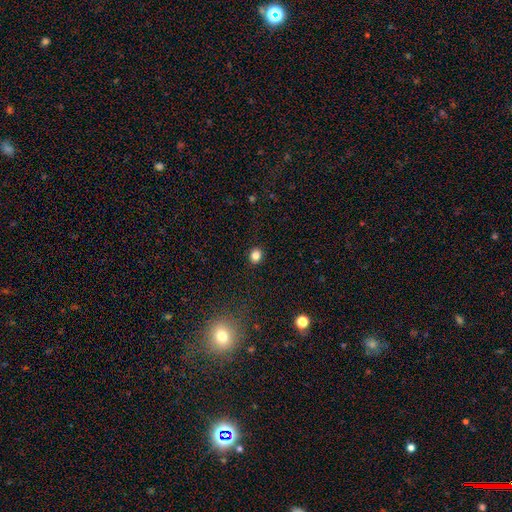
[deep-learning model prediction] This appears to be a smooth galaxy with no disk features (84%) that is round (66%). Merging: none (90%).